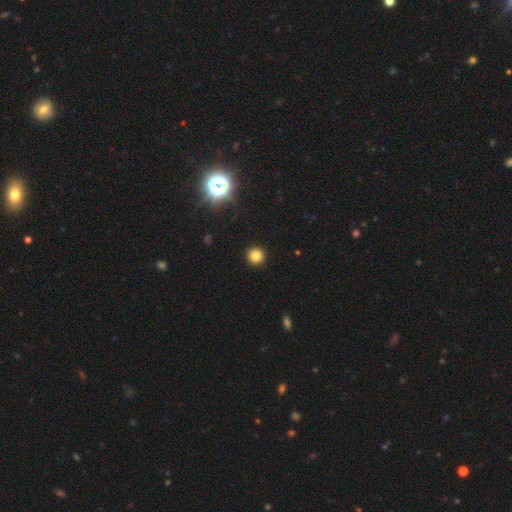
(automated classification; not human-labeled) smooth_or_featured: smooth (p=0.81) [alt: star or artifact p=0.14]
how_rounded: round (p=0.95) [alt: in between p=0.04]
merging: none (p=0.92) [alt: minor disturbance p=0.05]